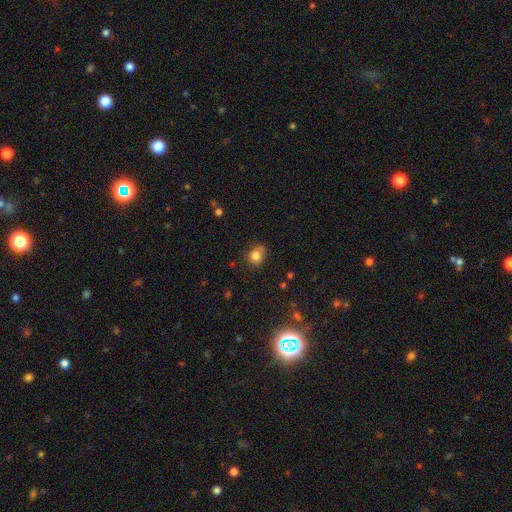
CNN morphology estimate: Smooth or featured?
  - smooth: 82% *
  - star or artifact: 12%
  - featured or disk: 6%
How rounded?
  - round: 75% *
  - in between: 24%
  - cigar-shaped: 1%
Merging?
  - none: 71% *
  - minor disturbance: 20%
  - major disturbance: 4%
  - merger: 4%